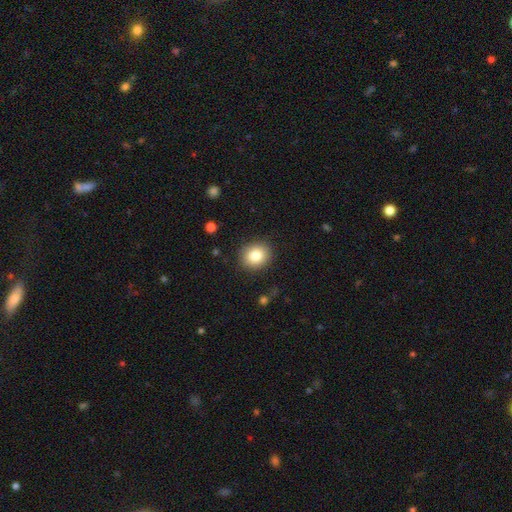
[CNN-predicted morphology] Smooth or featured? Predicted: smooth (p=0.83). How rounded? Predicted: round (p=0.74). Merging? Predicted: none (p=0.88).